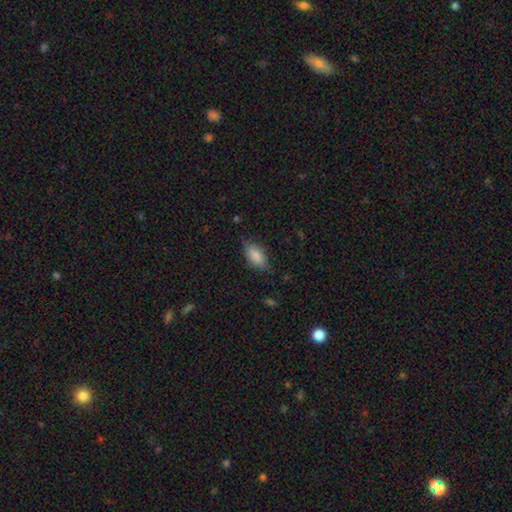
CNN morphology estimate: Q: Smooth or featured?
A: smooth (83%); runner-up: featured or disk (10%)
Q: How rounded?
A: in between (87%); runner-up: cigar-shaped (10%)
Q: Merging?
A: none (71%); runner-up: minor disturbance (23%)